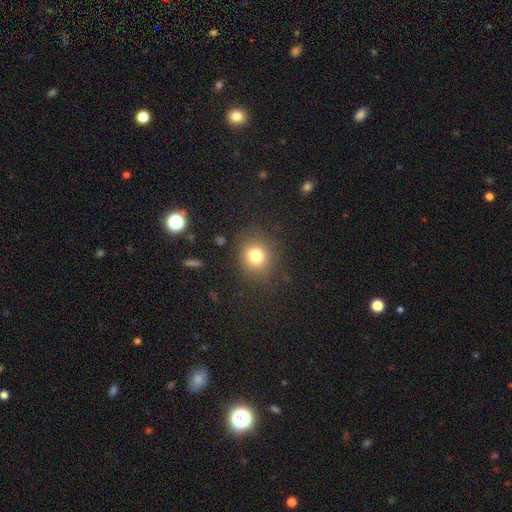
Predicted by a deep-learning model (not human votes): A smooth galaxy with no disk features (79%) that is round (72%). Merging: none (80%).